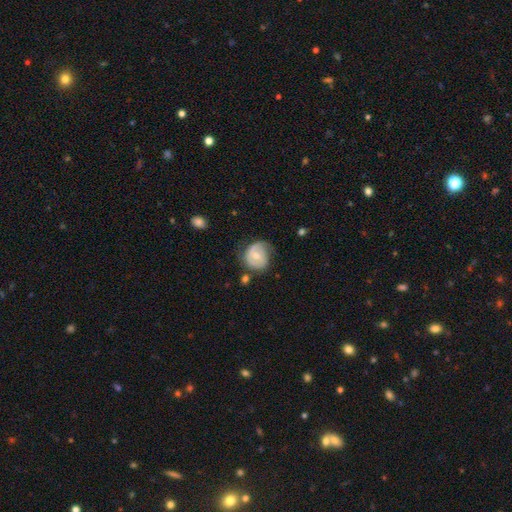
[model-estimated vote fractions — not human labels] A featured or disk galaxy (59%) with no bar (54%), spiral arms (73%) and a moderate central bulge (52%). Merging: none (50%).